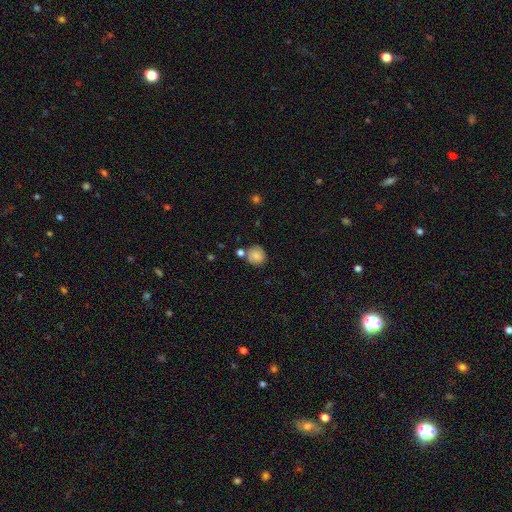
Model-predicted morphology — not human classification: A smooth galaxy with no disk features (83%) that is round (85%).

Vote fractions:
- Smooth or featured? smooth: 83% / star or artifact: 9% / featured or disk: 8%
- How rounded? round: 85% / in between: 14% / cigar-shaped: 1%
- Merging? none: 63% / merger: 17% / minor disturbance: 15% / major disturbance: 5%